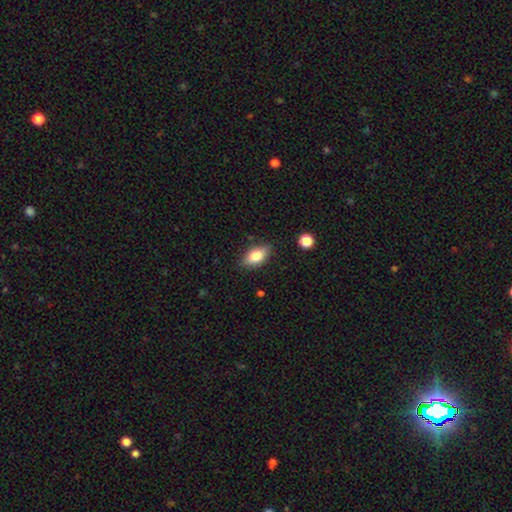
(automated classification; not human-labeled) Smooth or featured?
  - smooth: 73% *
  - featured or disk: 19%
  - star or artifact: 8%
How rounded?
  - in between: 86% *
  - cigar-shaped: 8%
  - round: 6%
Merging?
  - none: 82% *
  - minor disturbance: 13%
  - major disturbance: 3%
  - merger: 2%